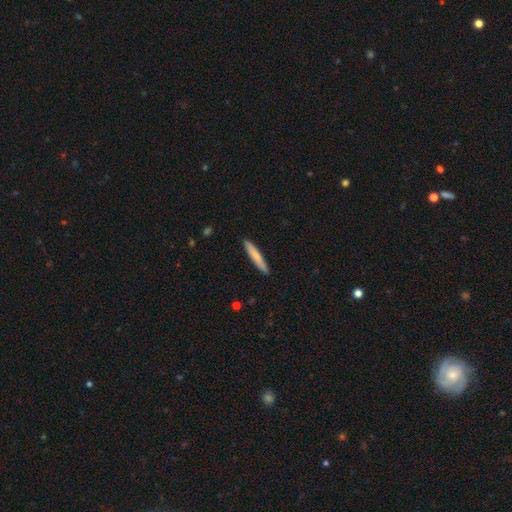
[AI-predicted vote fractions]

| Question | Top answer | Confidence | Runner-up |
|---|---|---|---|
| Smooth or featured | smooth | 76% | featured or disk (19%) |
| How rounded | cigar-shaped | 94% | in between (5%) |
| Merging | none | 91% | minor disturbance (7%) |